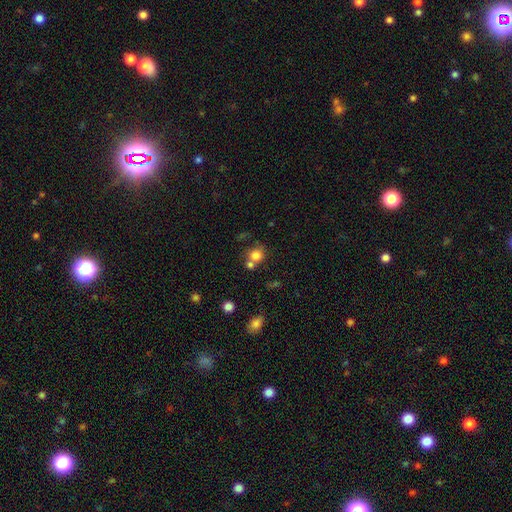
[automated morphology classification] A smooth galaxy with no disk features (79%) that is round (80%). Merging: none (52%).